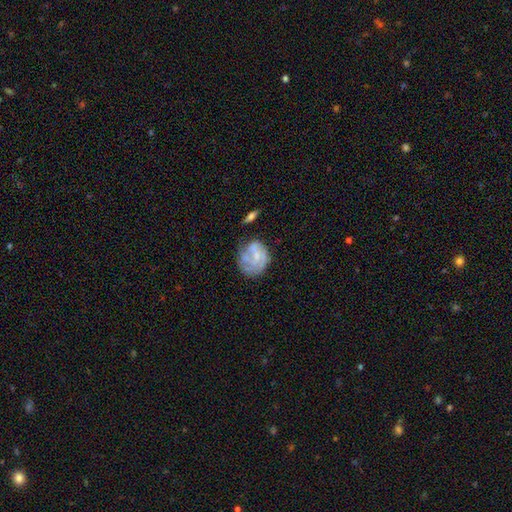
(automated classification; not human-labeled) Q: Smooth or featured?
A: featured or disk (59%); runner-up: smooth (33%)
Q: Edge-on disk?
A: no (98%); runner-up: yes (2%)
Q: Bar?
A: no (59%); runner-up: weak (34%)
Q: Spiral arms?
A: yes (59%); runner-up: no (41%)
Q: Bulge size?
A: small (50%); runner-up: none (26%)
Q: Merging?
A: none (48%); runner-up: minor disturbance (26%)